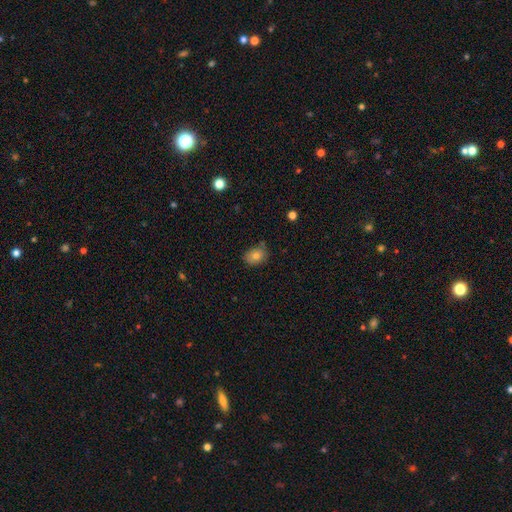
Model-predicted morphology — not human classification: Overall: smooth (81%). How rounded: in between (63%; round 36%). Merging: none (74%).